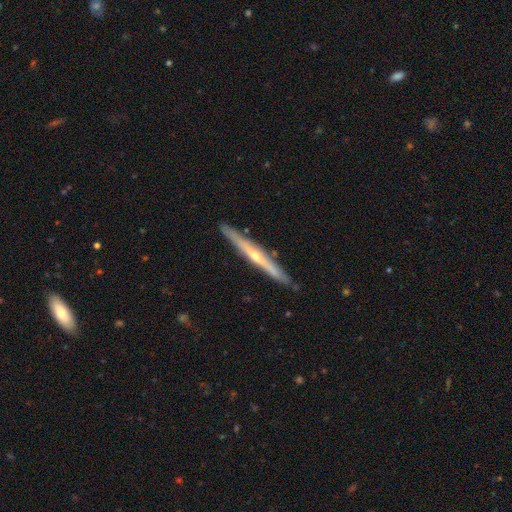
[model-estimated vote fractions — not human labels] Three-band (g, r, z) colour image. It shows a featured or disk galaxy (73%) viewed edge-on (96%) with a rounded central bulge (72%). Merging: none (89%).